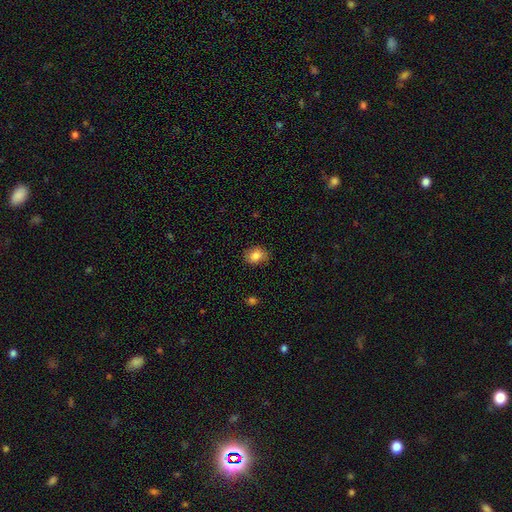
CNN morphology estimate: Smooth or featured: smooth — 84% (star or artifact — 9%)
How rounded: in between — 50% (round — 49%)
Merging: none — 79% (minor disturbance — 16%)